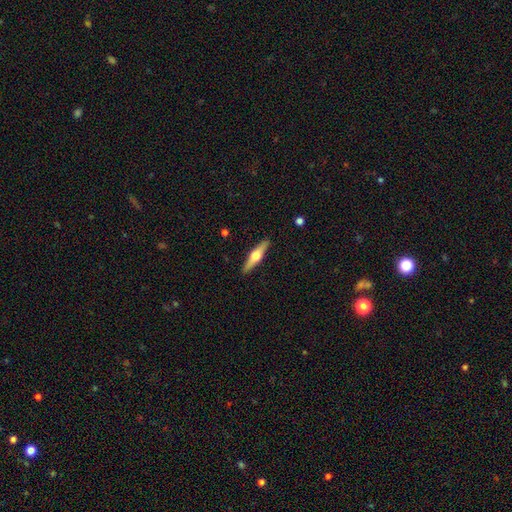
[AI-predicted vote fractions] A featured or disk galaxy (63%) viewed edge-on (96%) with a rounded central bulge (95%).

Vote fractions:
- Smooth or featured? featured or disk: 63% / smooth: 32% / star or artifact: 5%
- Edge-on disk? yes: 96% / no: 4%
- Edge-on bulge? rounded: 95% / boxy: 3% / none: 2%
- Merging? none: 91% / minor disturbance: 7% / major disturbance: 1% / merger: 1%